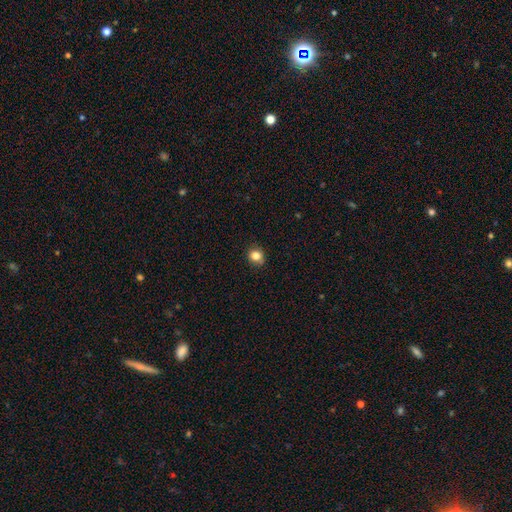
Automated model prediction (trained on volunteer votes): Smooth or featured: smooth — 82% (star or artifact — 12%)
How rounded: round — 78% (in between — 21%)
Merging: none — 86% (minor disturbance — 11%)